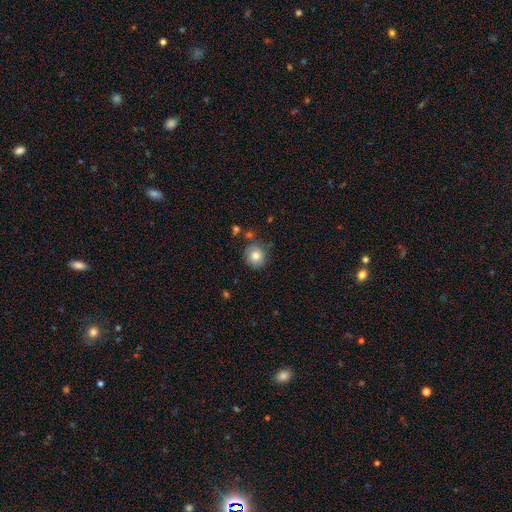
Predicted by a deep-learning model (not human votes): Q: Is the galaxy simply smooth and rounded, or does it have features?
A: smooth — 79%.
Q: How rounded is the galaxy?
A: round — 89%.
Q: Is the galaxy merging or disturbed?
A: none — 77%.